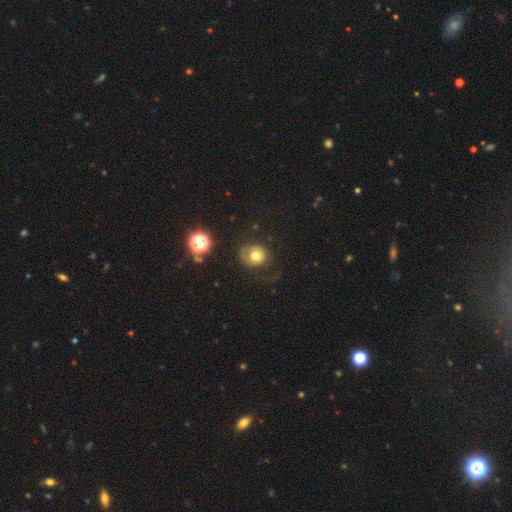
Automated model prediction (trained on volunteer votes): A smooth galaxy with no disk features (66%) that is round (76%).

Vote fractions:
- Smooth or featured? smooth: 66% / featured or disk: 22% / star or artifact: 12%
- How rounded? round: 76% / in between: 23% / cigar-shaped: 1%
- Merging? none: 52% / major disturbance: 23% / minor disturbance: 22% / merger: 2%